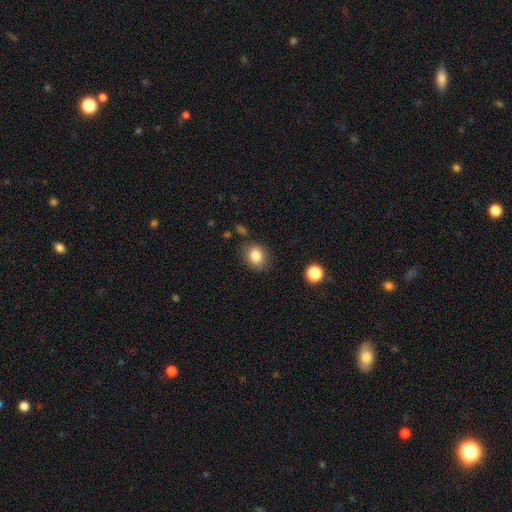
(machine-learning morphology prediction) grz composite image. It shows a smooth galaxy with no disk features (84%) that is round (55%). Merging: none (80%).